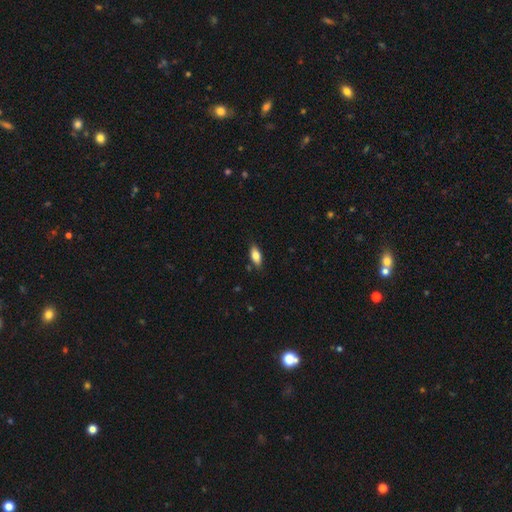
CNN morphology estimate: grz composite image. It shows a smooth galaxy with no disk features (82%) that is in between round and cigar-shaped (85%). Merging: none (84%).